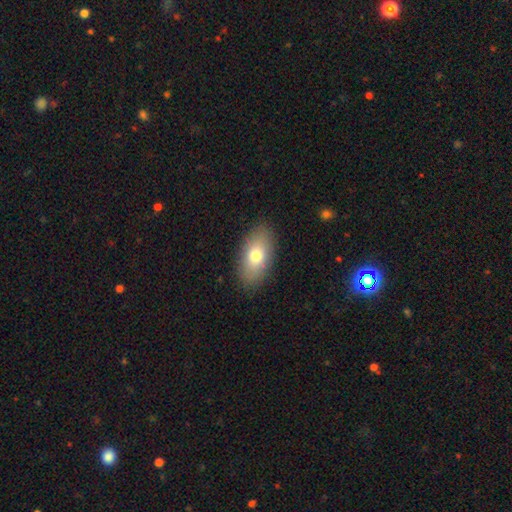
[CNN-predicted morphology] Smooth or featured?
  - smooth: 75% *
  - featured or disk: 18%
  - star or artifact: 7%
How rounded?
  - in between: 91% *
  - round: 5%
  - cigar-shaped: 5%
Merging?
  - none: 87% *
  - minor disturbance: 10%
  - major disturbance: 3%
  - merger: 1%